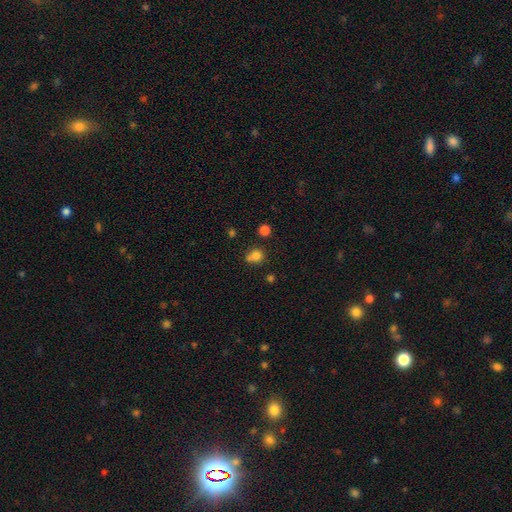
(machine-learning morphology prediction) A smooth galaxy with no disk features (77%) that is round (79%).

Vote fractions:
- Smooth or featured? smooth: 77% / star or artifact: 14% / featured or disk: 9%
- How rounded? round: 79% / in between: 20% / cigar-shaped: 1%
- Merging? none: 52% / merger: 29% / minor disturbance: 14% / major disturbance: 5%